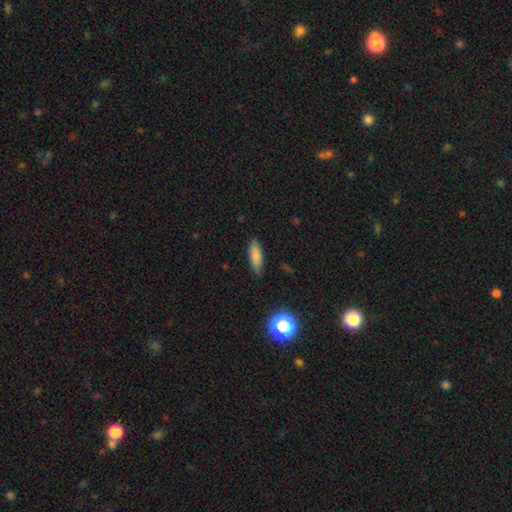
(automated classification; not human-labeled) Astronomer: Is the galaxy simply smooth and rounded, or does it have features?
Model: smooth — 82%.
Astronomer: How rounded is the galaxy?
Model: in between — 62%.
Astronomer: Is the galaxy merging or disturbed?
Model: none — 81%.